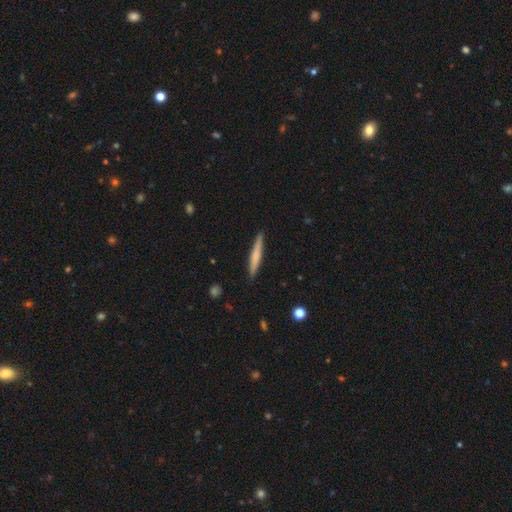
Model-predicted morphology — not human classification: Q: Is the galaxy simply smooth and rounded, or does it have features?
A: smooth — 57%.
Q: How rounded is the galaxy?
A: cigar-shaped — 95%.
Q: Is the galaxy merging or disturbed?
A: none — 90%.